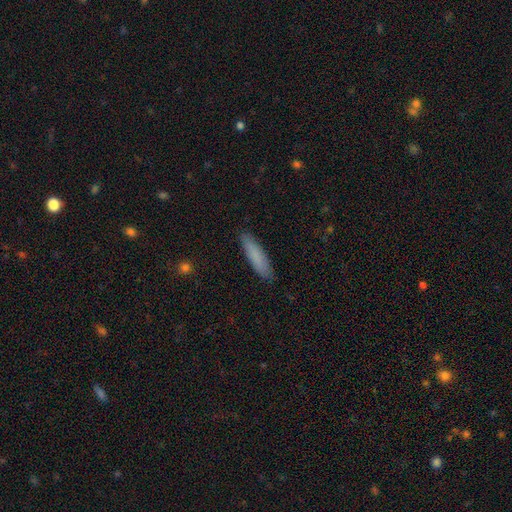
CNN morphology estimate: This is clearly a smooth galaxy (82%). How rounded: clearly cigar-shaped (81%). Merging: clearly none (88%).